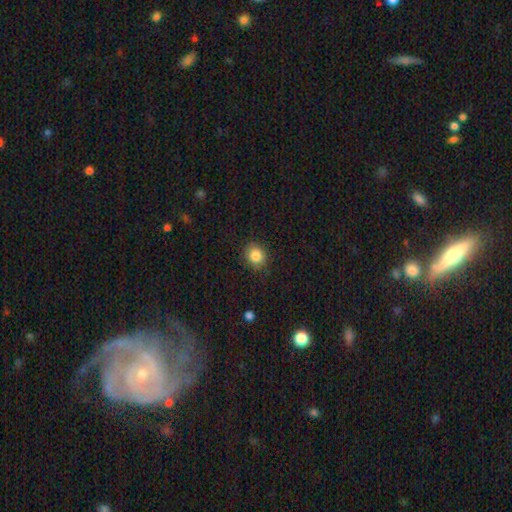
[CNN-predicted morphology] smooth_or_featured: smooth (p=0.84) [alt: star or artifact p=0.10]
how_rounded: round (p=0.76) [alt: in between p=0.23]
merging: none (p=0.84) [alt: minor disturbance p=0.12]